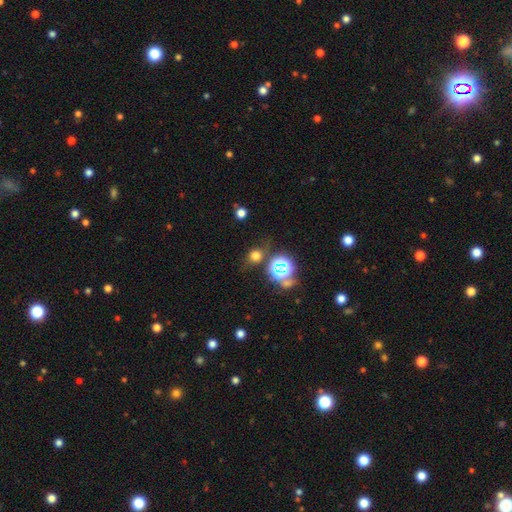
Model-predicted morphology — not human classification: Smooth or featured? smooth (63%)
How rounded? round (72%)
Merging? none (69%)